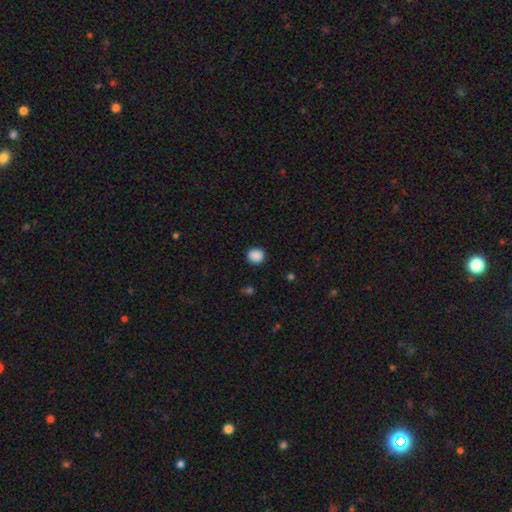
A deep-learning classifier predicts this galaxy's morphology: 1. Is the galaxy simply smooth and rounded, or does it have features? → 88% smooth, 9% star or artifact, 2% featured or disk.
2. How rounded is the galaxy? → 84% round, 15% in between, 1% cigar-shaped.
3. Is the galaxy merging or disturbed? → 90% none, 7% minor disturbance, 2% major disturbance, 1% merger.